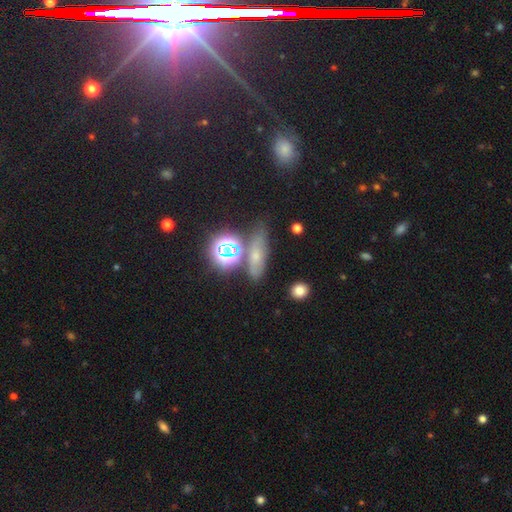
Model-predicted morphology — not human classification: smooth-or-featured: smooth: 46% | star or artifact: 33% | featured or disk: 21%
  merging: none: 69% | minor disturbance: 15% | merger: 10% | major disturbance: 6%